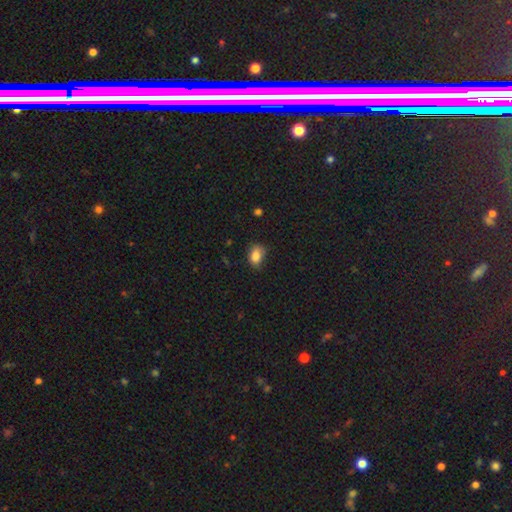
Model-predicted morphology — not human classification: smooth 85%, star or artifact 10%, featured or disk 5%. Down the decision tree: how rounded — in between (77%); merging — none (64%).